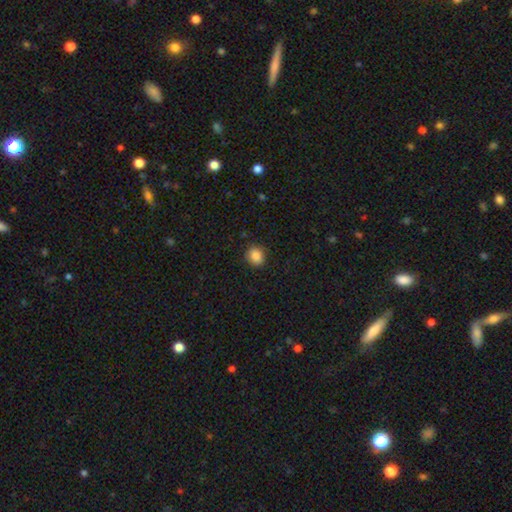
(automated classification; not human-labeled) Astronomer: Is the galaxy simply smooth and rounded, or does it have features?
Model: smooth — 87%.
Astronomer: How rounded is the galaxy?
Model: round — 79%.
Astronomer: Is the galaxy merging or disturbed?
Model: none — 89%.